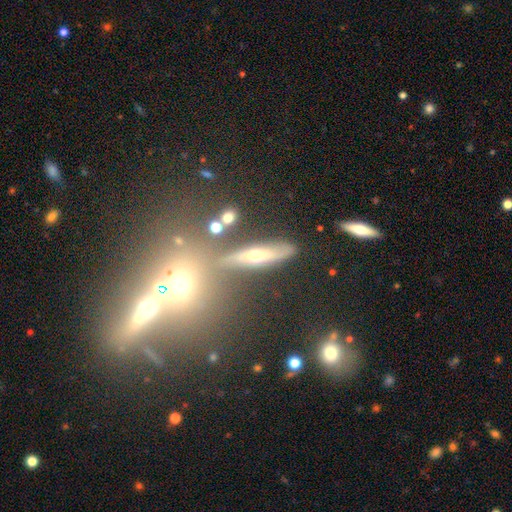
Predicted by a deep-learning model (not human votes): smooth-or-featured: featured or disk: 54% | smooth: 24% | star or artifact: 21%
  disk-edge-on: yes: 82% | no: 18%
  merging: none: 67% | merger: 16% | minor disturbance: 12% | major disturbance: 6%